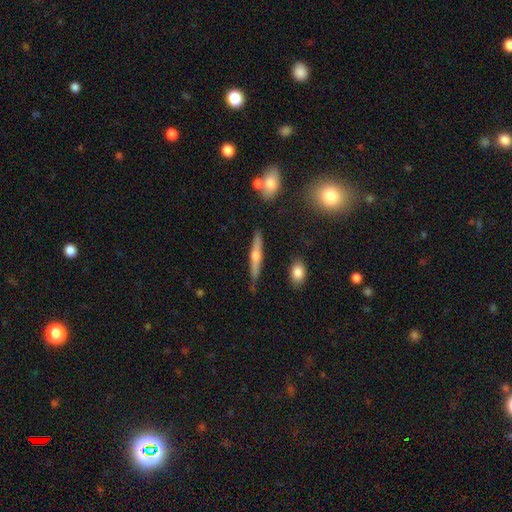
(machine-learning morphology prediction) smooth-or-featured: featured or disk: 63% | smooth: 30% | star or artifact: 7%
  disk-edge-on: yes: 96% | no: 4%
    edge-on-bulge: rounded: 89% | none: 6% | boxy: 5%
  merging: none: 85% | minor disturbance: 10% | merger: 3% | major disturbance: 2%